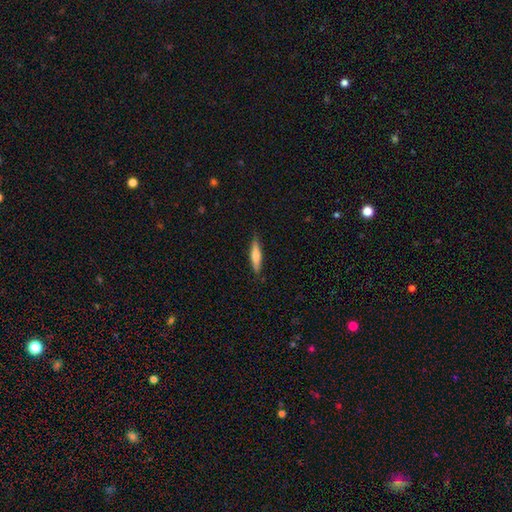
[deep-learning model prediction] A smooth galaxy with no disk features (64%) that is cigar-shaped (82%).

Vote fractions:
- Smooth or featured? smooth: 64% / featured or disk: 30% / star or artifact: 6%
- How rounded? cigar-shaped: 82% / in between: 16% / round: 2%
- Merging? none: 87% / minor disturbance: 10% / major disturbance: 2% / merger: 1%